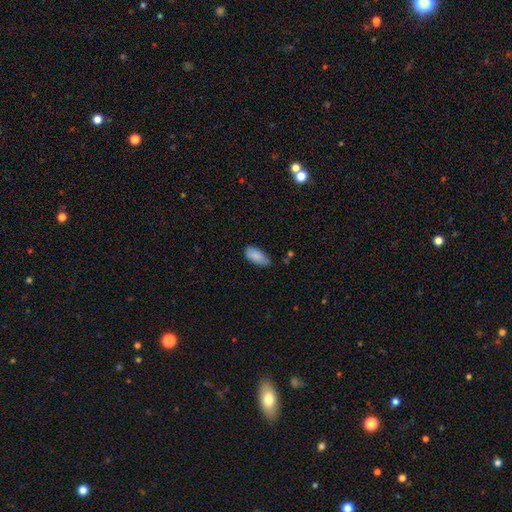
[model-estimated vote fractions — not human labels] smooth_or_featured: smooth (p=0.87) [alt: featured or disk p=0.07]
how_rounded: in between (p=0.89) [alt: cigar-shaped p=0.09]
merging: none (p=0.71) [alt: minor disturbance p=0.23]